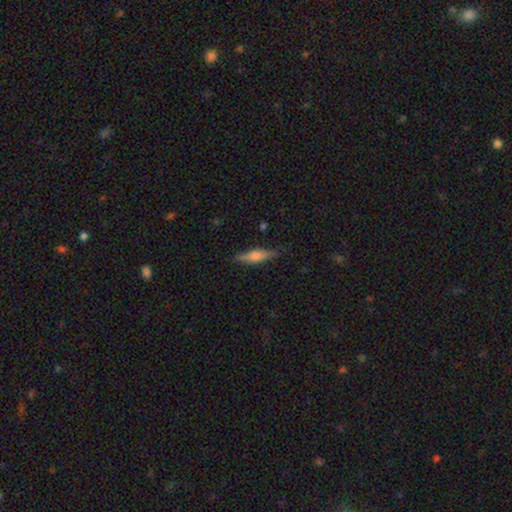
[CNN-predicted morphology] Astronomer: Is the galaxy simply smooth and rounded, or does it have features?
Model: featured or disk — 49% (runner-up: smooth, 43%).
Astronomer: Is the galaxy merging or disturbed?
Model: none — 84%.